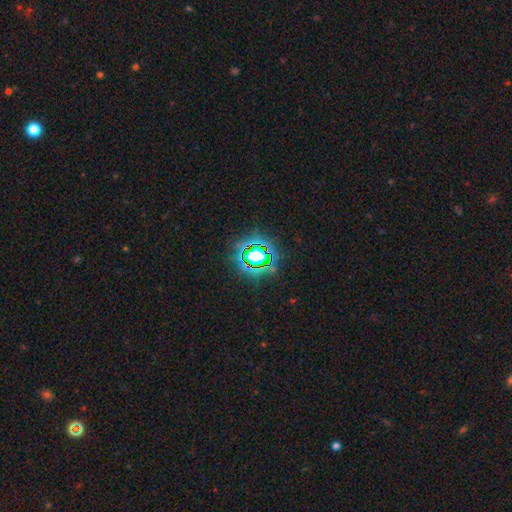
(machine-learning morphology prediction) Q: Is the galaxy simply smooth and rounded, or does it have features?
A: star or artifact — 73%.